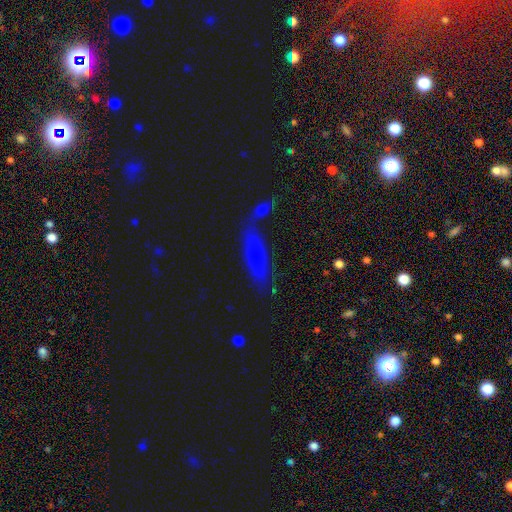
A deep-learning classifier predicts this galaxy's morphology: This appears to be a smooth galaxy with no disk features (64%) that is cigar-shaped (54%). Merging: none (58%).